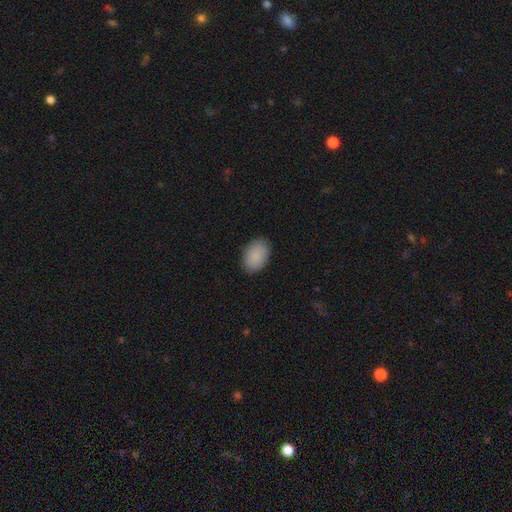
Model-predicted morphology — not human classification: Smooth or featured?
  - smooth: 90% *
  - star or artifact: 6%
  - featured or disk: 4%
How rounded?
  - in between: 88% *
  - round: 10%
  - cigar-shaped: 1%
Merging?
  - none: 88% *
  - minor disturbance: 9%
  - major disturbance: 2%
  - merger: 1%